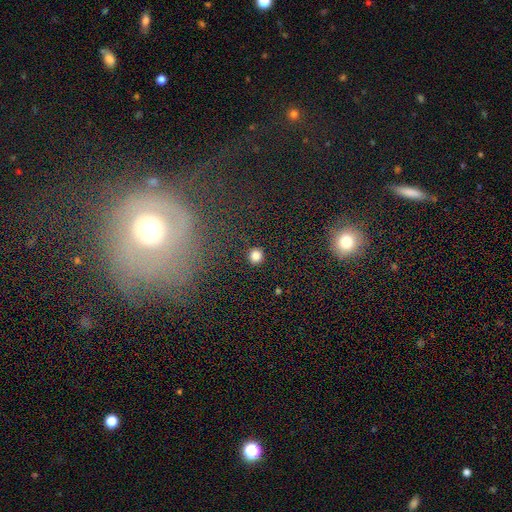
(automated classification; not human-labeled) Smooth or featured?
  - smooth: 82% *
  - star or artifact: 13%
  - featured or disk: 4%
How rounded?
  - round: 91% *
  - in between: 8%
  - cigar-shaped: 1%
Merging?
  - none: 91% *
  - minor disturbance: 6%
  - major disturbance: 2%
  - merger: 1%